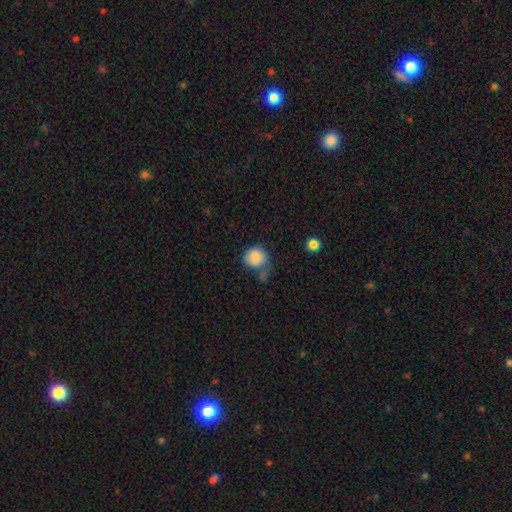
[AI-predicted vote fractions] This is clearly a smooth galaxy (85%). How rounded: likely round (76%). Merging: marginally none (41%).